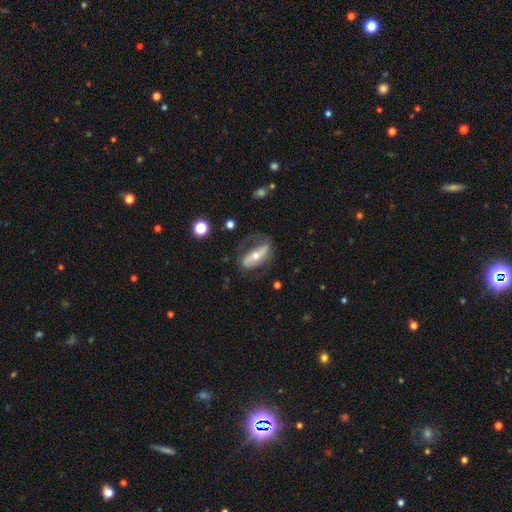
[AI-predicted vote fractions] This is likely a featured or disk galaxy (63%). It is likely not viewed edge-on (74%). Merging: possibly none (59%).